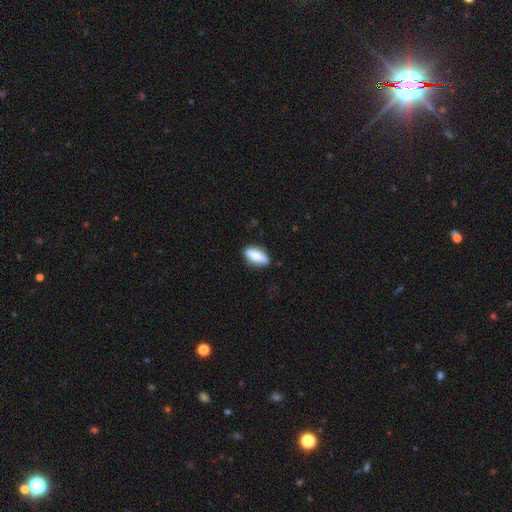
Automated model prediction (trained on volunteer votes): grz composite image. It shows a smooth galaxy with no disk features (84%) that is in between round and cigar-shaped (75%). Merging: none (81%).